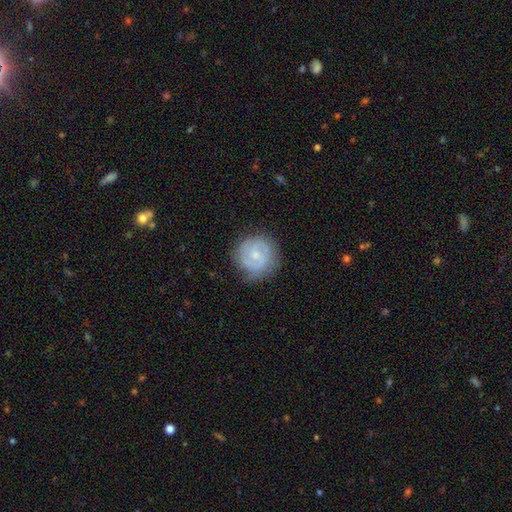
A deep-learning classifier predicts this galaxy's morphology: Smooth or featured? Predicted: featured or disk (p=0.64). Edge-on disk? Predicted: no (p=0.98). Bar? Predicted: no (p=0.64). Spiral arms? Predicted: yes (p=0.88). Spiral winding? Predicted: tight (p=0.60). Spiral arm count? Predicted: 2 (p=0.45). Bulge size? Predicted: small (p=0.58). Merging? Predicted: none (p=0.73).